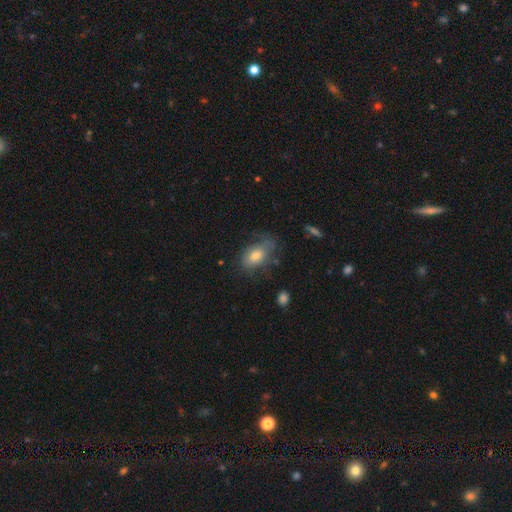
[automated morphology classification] Smooth or featured?
  - smooth: 67% *
  - featured or disk: 24%
  - star or artifact: 9%
How rounded?
  - in between: 87% *
  - round: 11%
  - cigar-shaped: 3%
Merging?
  - none: 56% *
  - minor disturbance: 27%
  - major disturbance: 15%
  - merger: 2%